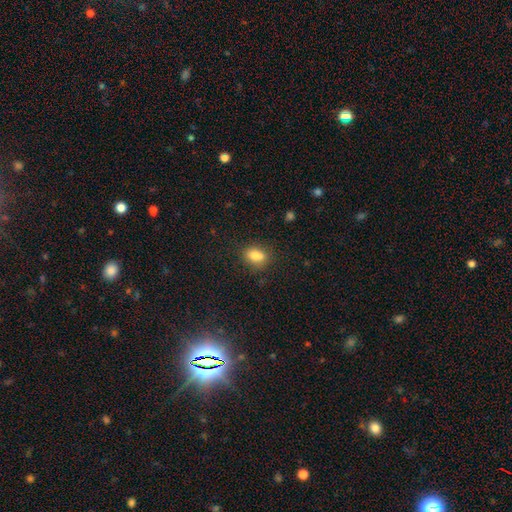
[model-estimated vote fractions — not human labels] A smooth galaxy with no disk features (84%) that is in between round and cigar-shaped (76%).

Vote fractions:
- Smooth or featured? smooth: 84% / star or artifact: 10% / featured or disk: 6%
- How rounded? in between: 76% / round: 21% / cigar-shaped: 3%
- Merging? none: 76% / minor disturbance: 15% / merger: 5% / major disturbance: 4%